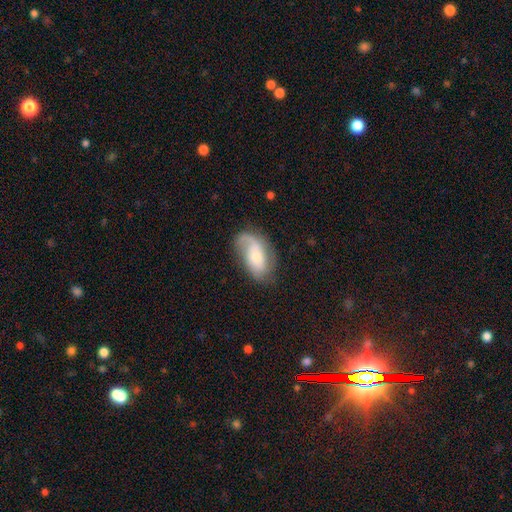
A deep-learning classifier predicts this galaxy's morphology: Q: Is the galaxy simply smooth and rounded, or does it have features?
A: featured or disk — 63%.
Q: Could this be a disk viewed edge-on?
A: no — 95%.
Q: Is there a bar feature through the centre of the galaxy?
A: no — 60%.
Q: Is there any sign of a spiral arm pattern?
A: yes — 88%.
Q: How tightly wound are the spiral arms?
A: loose — 42%.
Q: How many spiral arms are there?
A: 2 — 49%.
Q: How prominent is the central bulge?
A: small — 47%.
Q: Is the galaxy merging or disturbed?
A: none — 61%.